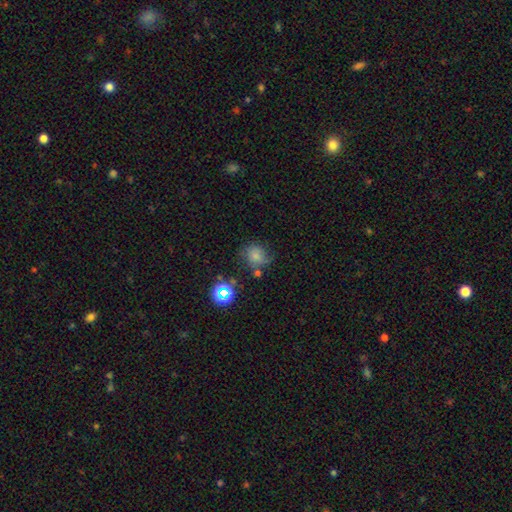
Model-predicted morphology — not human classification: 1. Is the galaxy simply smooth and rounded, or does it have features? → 69% smooth, 18% star or artifact, 13% featured or disk.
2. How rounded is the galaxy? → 72% round, 26% in between, 1% cigar-shaped.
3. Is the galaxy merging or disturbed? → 54% none, 27% minor disturbance, 12% major disturbance, 8% merger.